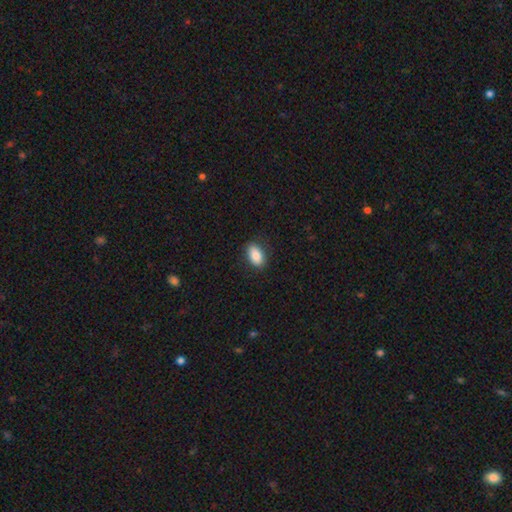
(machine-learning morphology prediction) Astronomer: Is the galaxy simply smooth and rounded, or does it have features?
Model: smooth — 85%.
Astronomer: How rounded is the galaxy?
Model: in between — 90%.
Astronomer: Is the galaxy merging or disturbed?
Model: none — 86%.